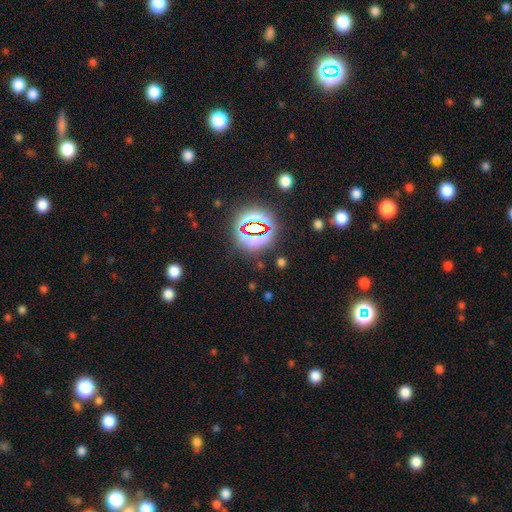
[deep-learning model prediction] This is likely a star or artifact rather than a galaxy (78%).